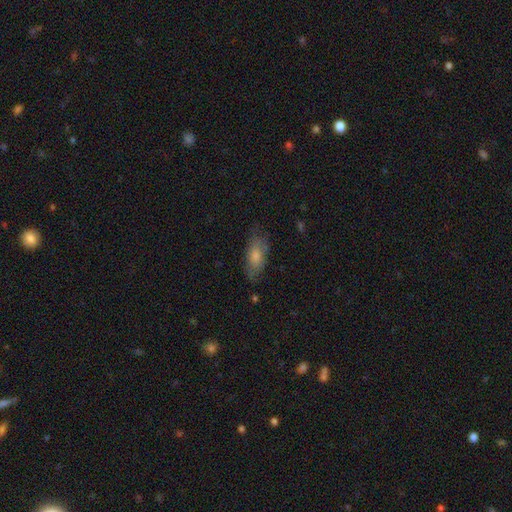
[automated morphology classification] A smooth galaxy with no disk features (62%) that is in between round and cigar-shaped (75%). Merging: none (73%).